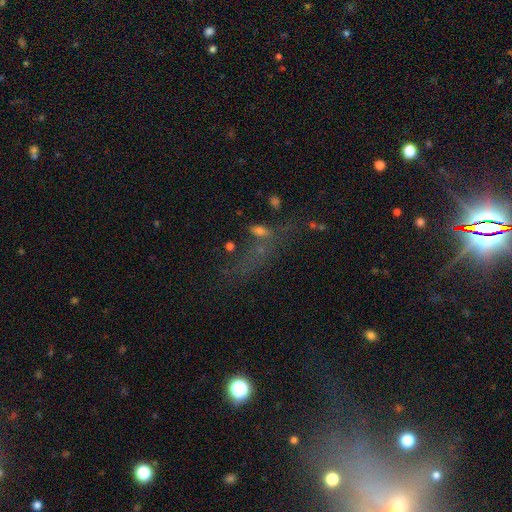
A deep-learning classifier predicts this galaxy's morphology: smooth_or_featured: star or artifact (p=0.50) [alt: smooth p=0.27]